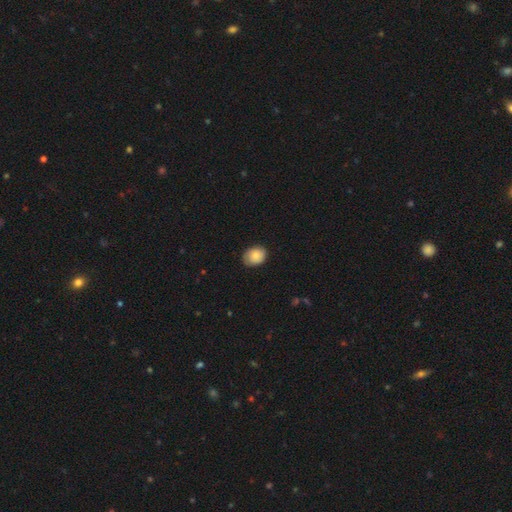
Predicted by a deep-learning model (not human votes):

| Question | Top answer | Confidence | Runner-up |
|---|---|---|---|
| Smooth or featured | smooth | 80% | featured or disk (13%) |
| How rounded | in between | 54% | round (45%) |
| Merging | none | 77% | minor disturbance (20%) |